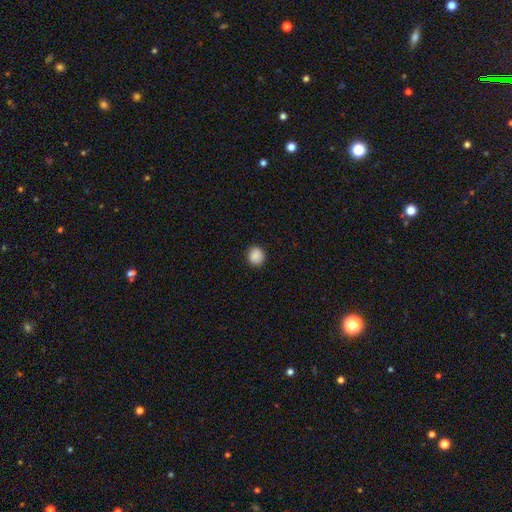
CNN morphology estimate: Smooth or featured: smooth — 89% (star or artifact — 9%)
How rounded: round — 83% (in between — 16%)
Merging: none — 91% (minor disturbance — 6%)